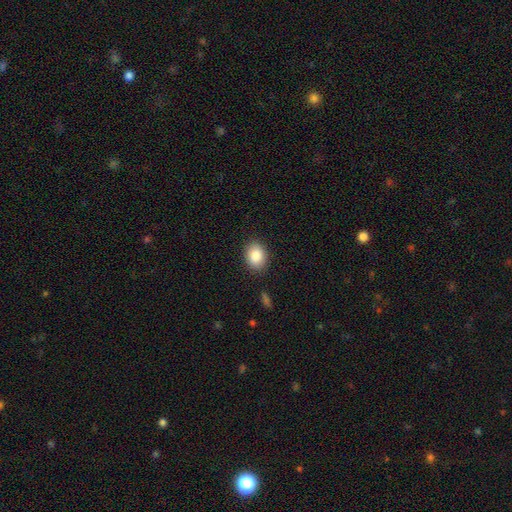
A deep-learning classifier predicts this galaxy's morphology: The model was most divided on "how rounded": in between: 66%, round: 33%, cigar-shaped: 1%. More confident: merging — none (87%); smooth or featured — smooth (86%).